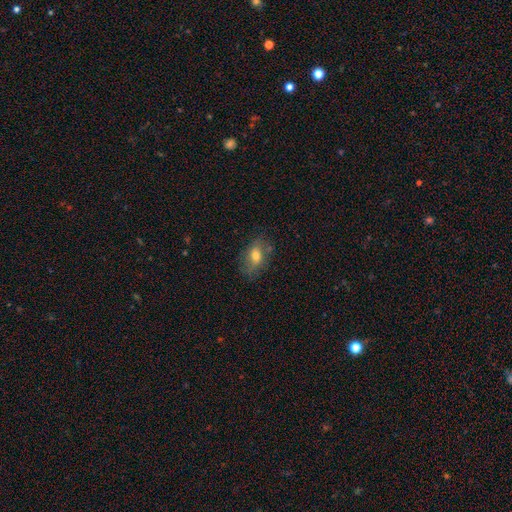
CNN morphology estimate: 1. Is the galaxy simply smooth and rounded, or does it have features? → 62% smooth, 29% featured or disk, 10% star or artifact.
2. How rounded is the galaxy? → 81% in between, 15% round, 4% cigar-shaped.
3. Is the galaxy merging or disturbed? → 70% none, 21% minor disturbance, 7% major disturbance, 2% merger.